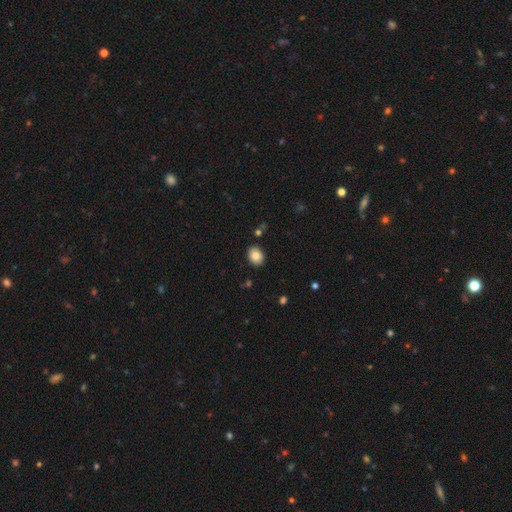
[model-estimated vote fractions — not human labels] Smooth or featured? Predicted: smooth (p=0.86). How rounded? Predicted: in between (p=0.61). Merging? Predicted: none (p=0.87).